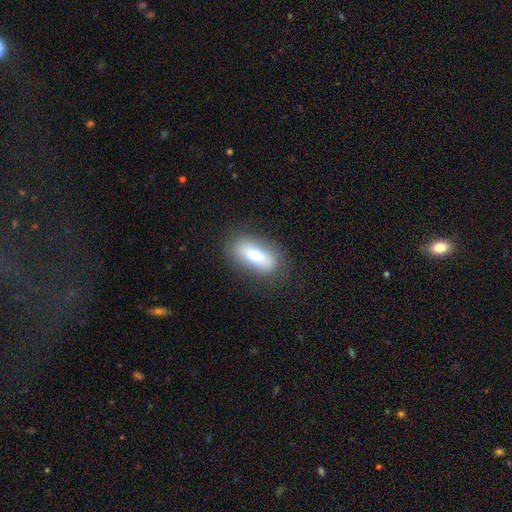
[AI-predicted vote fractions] Smooth or featured: smooth — 72% (featured or disk — 20%)
How rounded: in between — 83% (cigar-shaped — 11%)
Merging: none — 82% (minor disturbance — 12%)